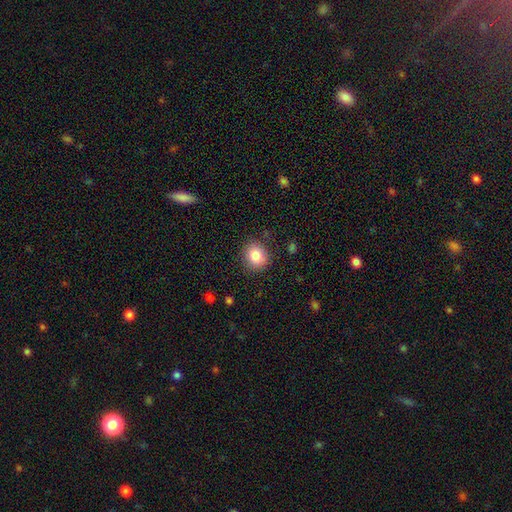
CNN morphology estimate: Smooth or featured: smooth — 84% (star or artifact — 9%)
How rounded: round — 78% (in between — 21%)
Merging: none — 86% (minor disturbance — 9%)